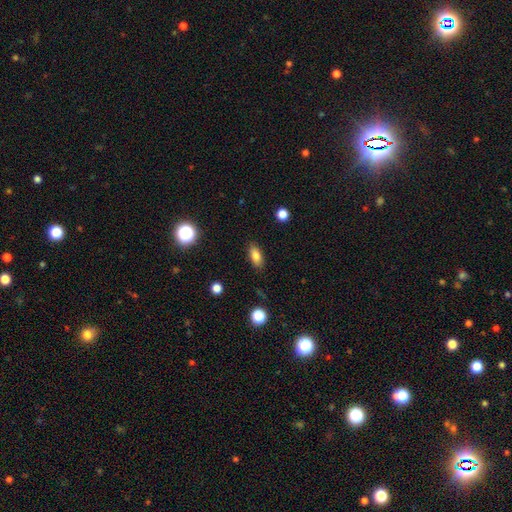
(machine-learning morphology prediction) Q: Smooth or featured?
A: smooth (81%); runner-up: star or artifact (10%)
Q: How rounded?
A: in between (84%); runner-up: cigar-shaped (10%)
Q: Merging?
A: none (87%); runner-up: minor disturbance (9%)